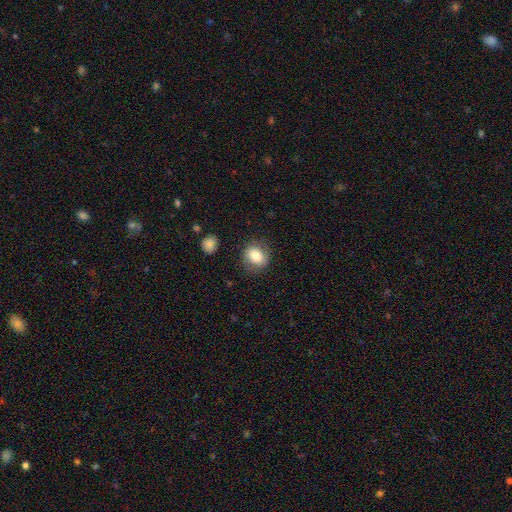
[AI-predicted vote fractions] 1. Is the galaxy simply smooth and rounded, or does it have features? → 75% smooth, 16% featured or disk, 9% star or artifact.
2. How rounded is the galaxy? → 62% round, 37% in between, 1% cigar-shaped.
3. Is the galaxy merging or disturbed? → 80% none, 13% minor disturbance, 5% major disturbance, 2% merger.